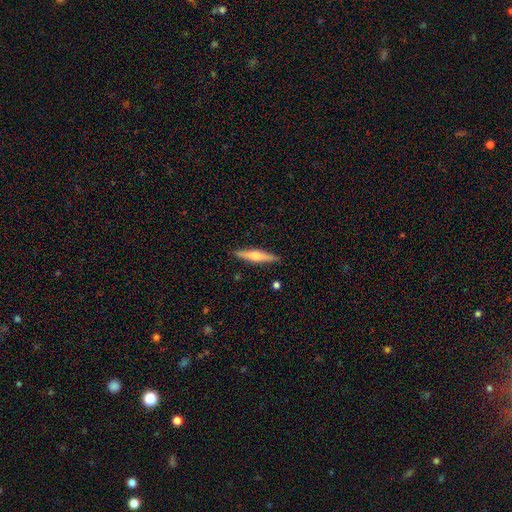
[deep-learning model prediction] This is possibly a featured or disk galaxy (54%). It is clearly viewed edge-on (97%). Edge-on bulge: clearly rounded (82%). Merging: clearly none (90%).